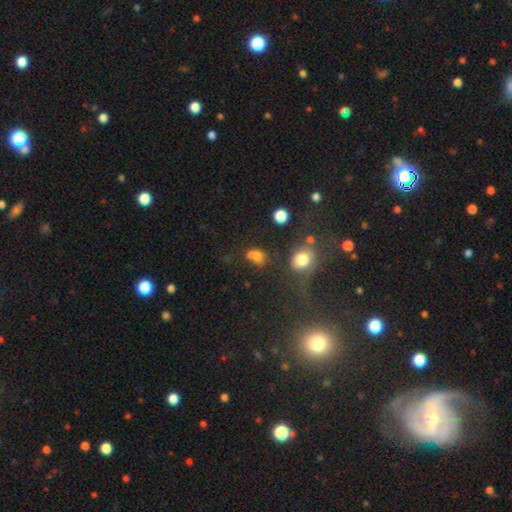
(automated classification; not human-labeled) Smooth or featured? Predicted: smooth (p=0.72). How rounded? Predicted: in between (p=0.56). Merging? Predicted: none (p=0.47).